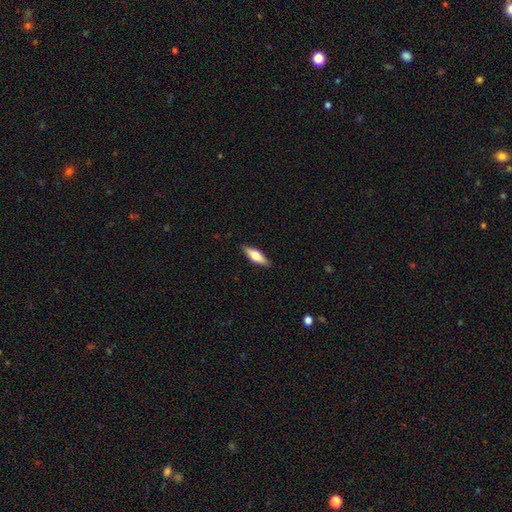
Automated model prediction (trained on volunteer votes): This appears to be a smooth galaxy with no disk features (59%) that is in between round and cigar-shaped (49%, tied with cigar-shaped). Merging: none (88%).